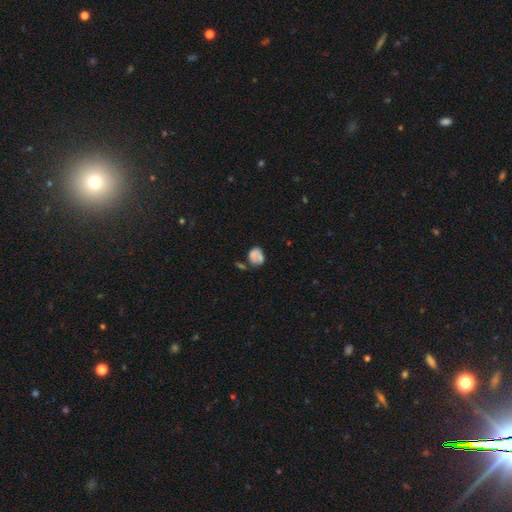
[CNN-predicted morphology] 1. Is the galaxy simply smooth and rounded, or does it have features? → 62% smooth, 28% featured or disk, 11% star or artifact.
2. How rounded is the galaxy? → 51% in between, 48% round, 1% cigar-shaped.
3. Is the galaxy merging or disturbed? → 41% none, 25% minor disturbance, 18% merger, 16% major disturbance.